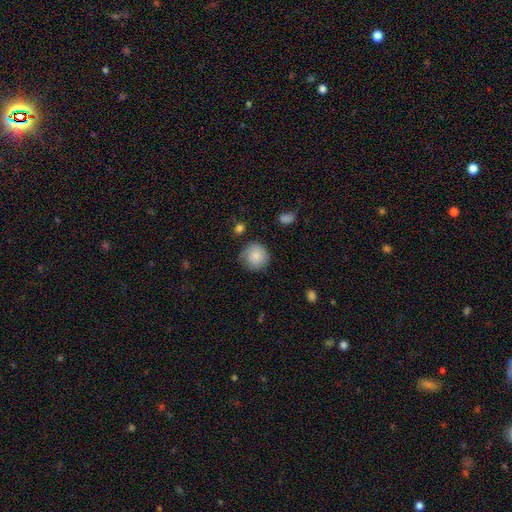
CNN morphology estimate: A smooth galaxy with no disk features (80%) that is round (91%).

Vote fractions:
- Smooth or featured? smooth: 80% / featured or disk: 13% / star or artifact: 7%
- How rounded? round: 91% / in between: 8% / cigar-shaped: 1%
- Merging? none: 65% / minor disturbance: 25% / major disturbance: 8% / merger: 2%